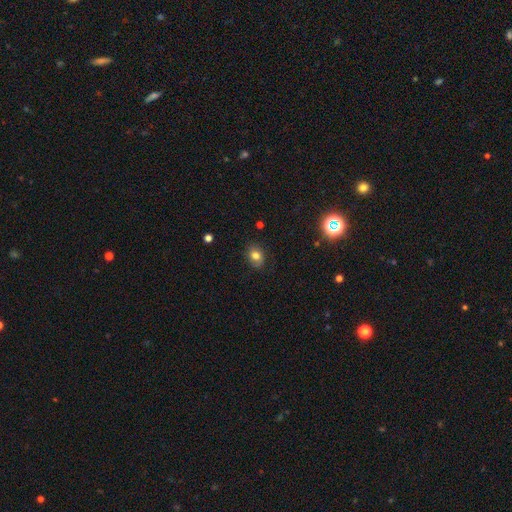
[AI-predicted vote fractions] Smooth or featured: smooth — 76% (star or artifact — 12%)
How rounded: in between — 56% (round — 43%)
Merging: none — 79% (minor disturbance — 16%)